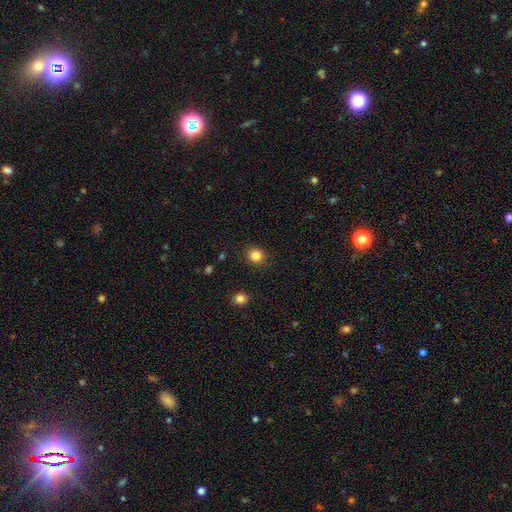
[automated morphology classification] Smooth or featured? Predicted: smooth (p=0.85). How rounded? Predicted: round (p=0.79). Merging? Predicted: none (p=0.89).